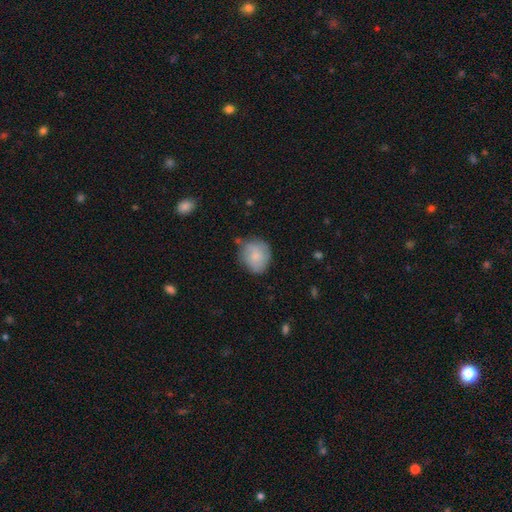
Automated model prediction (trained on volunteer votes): smooth-or-featured: smooth: 75% | featured or disk: 18% | star or artifact: 7%
  how-rounded: round: 74% | in between: 25% | cigar-shaped: 1%
  merging: none: 67% | minor disturbance: 24% | major disturbance: 6% | merger: 3%